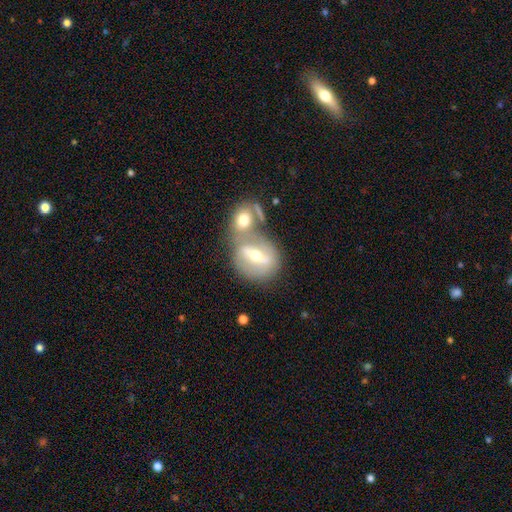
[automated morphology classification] Overall: featured or disk (64%; smooth 27%). Edge-on disk: no (91%). Bar: strong (49%; weak 35%). Spiral arms: no (51%; yes 49%). Bulge size: moderate (64%; small 31%). Merging: merger (51%; none 36%).